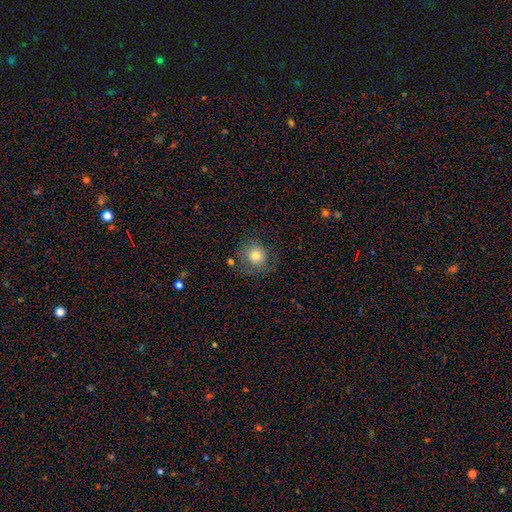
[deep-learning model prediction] A smooth galaxy with no disk features (78%) that is round (89%).

Vote fractions:
- Smooth or featured? smooth: 78% / featured or disk: 11% / star or artifact: 11%
- How rounded? round: 89% / in between: 10% / cigar-shaped: 1%
- Merging? none: 71% / minor disturbance: 18% / major disturbance: 8% / merger: 3%